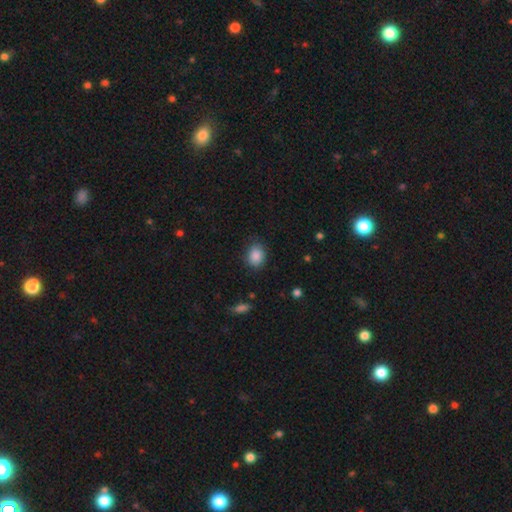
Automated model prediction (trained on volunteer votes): This appears to be a smooth galaxy with no disk features (87%) that is in between round and cigar-shaped (53%). Merging: none (78%).